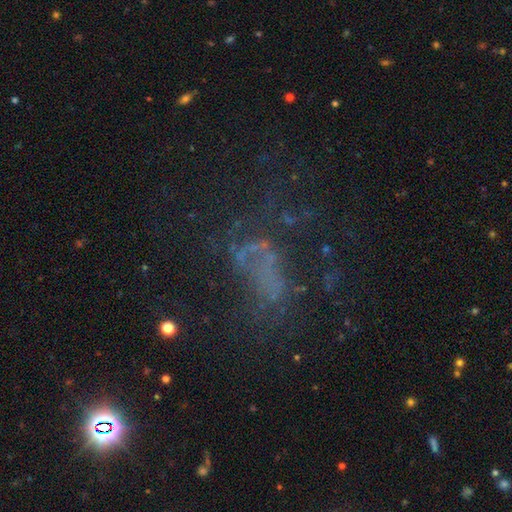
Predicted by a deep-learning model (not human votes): This is marginally a featured or disk galaxy (40%). Merging: marginally none (39%, tied with major disturbance).